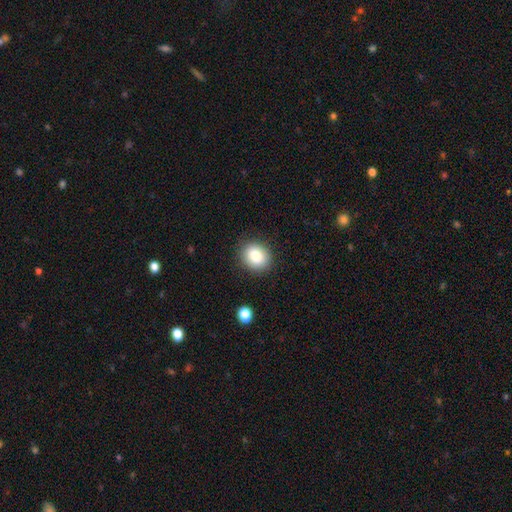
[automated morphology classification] Q: Smooth or featured?
A: smooth (84%); runner-up: star or artifact (9%)
Q: How rounded?
A: round (63%); runner-up: in between (36%)
Q: Merging?
A: none (88%); runner-up: minor disturbance (8%)